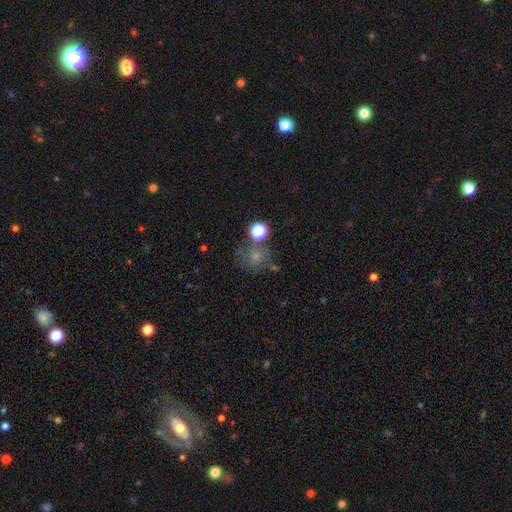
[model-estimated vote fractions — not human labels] Smooth or featured? smooth (67%)
How rounded? round (83%)
Merging? none (54%)